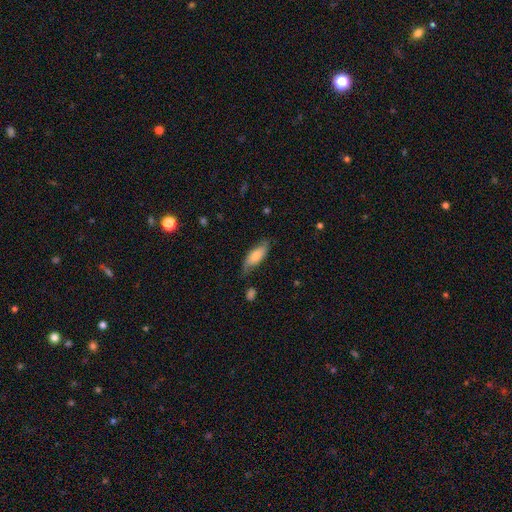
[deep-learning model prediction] Smooth or featured: smooth — 68% (featured or disk — 26%)
How rounded: in between — 75% (cigar-shaped — 23%)
Merging: none — 62% (minor disturbance — 28%)